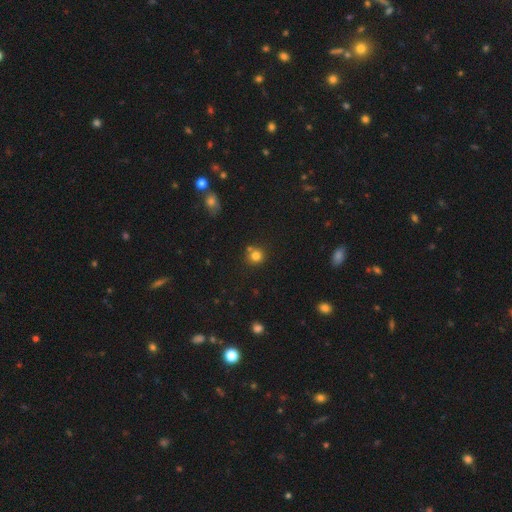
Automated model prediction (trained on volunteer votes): Smooth or featured?
  - smooth: 79% *
  - star or artifact: 14%
  - featured or disk: 7%
How rounded?
  - round: 91% *
  - in between: 8%
  - cigar-shaped: 1%
Merging?
  - none: 72% *
  - merger: 15%
  - minor disturbance: 10%
  - major disturbance: 3%